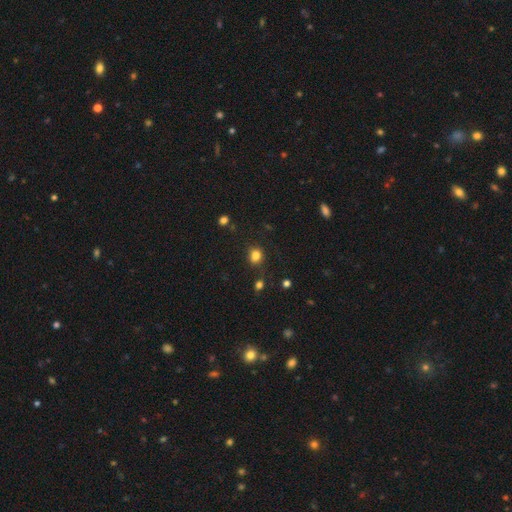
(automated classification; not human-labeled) smooth 81%, star or artifact 14%, featured or disk 5%. Down the decision tree: how rounded — round (68%); merging — none (78%).